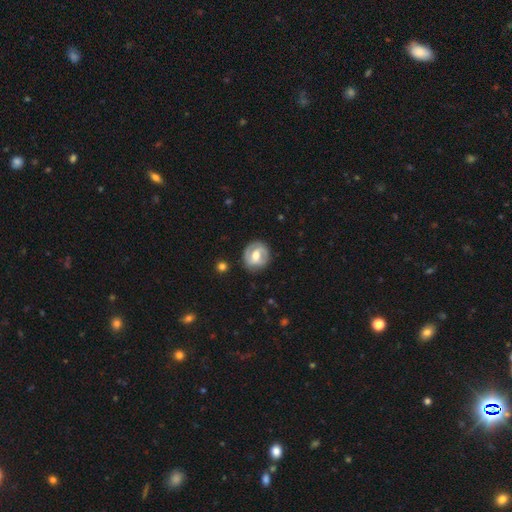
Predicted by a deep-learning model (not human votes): smooth_or_featured: featured or disk (p=0.66) [alt: smooth p=0.29]
disk_edge_on: no (p=0.97) [alt: yes p=0.03]
bar: weak (p=0.47) [alt: strong p=0.29]
has_spiral_arms: yes (p=0.72) [alt: no p=0.28]
bulge_size: moderate (p=0.72) [alt: large p=0.13]
merging: none (p=0.81) [alt: minor disturbance p=0.13]